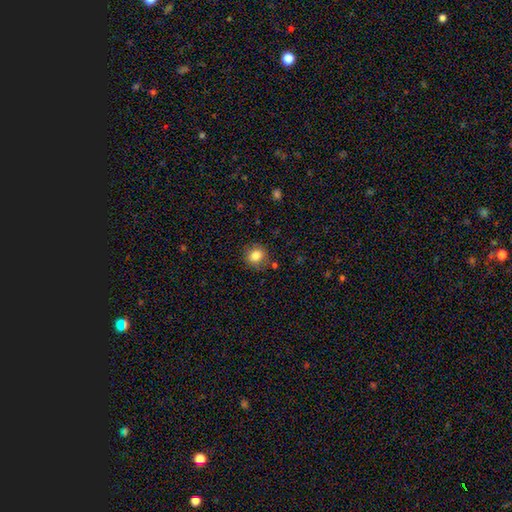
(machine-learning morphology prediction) Smooth or featured? Predicted: smooth (p=0.83). How rounded? Predicted: round (p=0.83). Merging? Predicted: none (p=0.83).